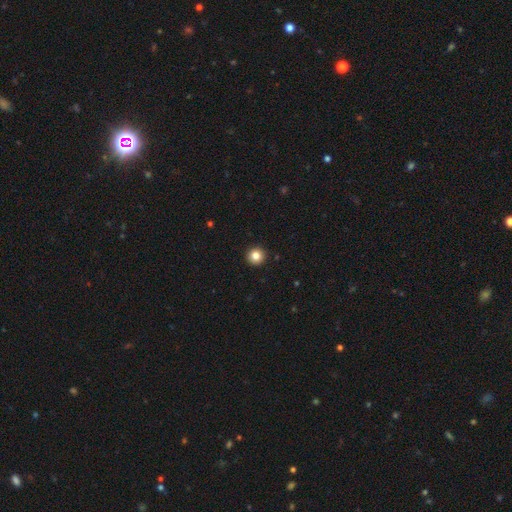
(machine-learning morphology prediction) smooth 84%, star or artifact 11%, featured or disk 6%. Down the decision tree: how rounded — round (96%); merging — none (94%).